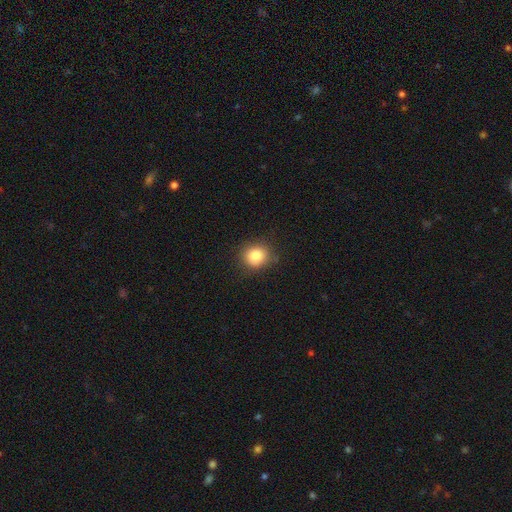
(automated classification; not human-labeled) Smooth or featured? smooth (83%)
How rounded? round (82%)
Merging? none (83%)